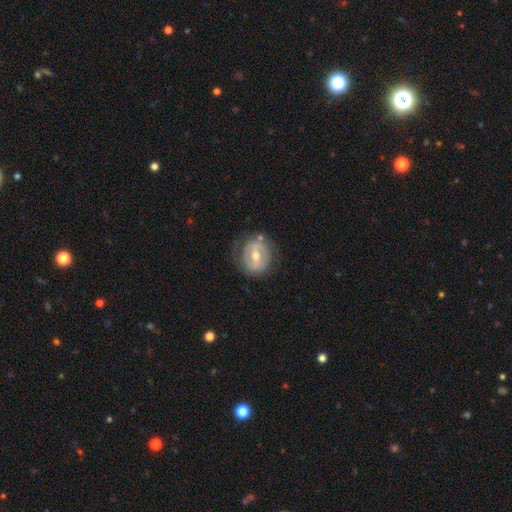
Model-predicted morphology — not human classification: This is likely a featured or disk galaxy (60%). It is clearly not viewed edge-on (95%). Bar: marginally weak (41%). Spiral arm pattern: likely no (61%). Central bulge: likely moderate (65%). Merging: likely none (73%).